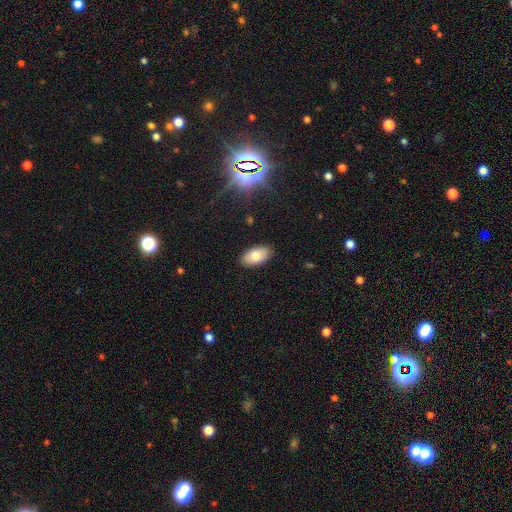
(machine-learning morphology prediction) Smooth or featured? smooth (75%)
How rounded? in between (94%)
Merging? none (88%)